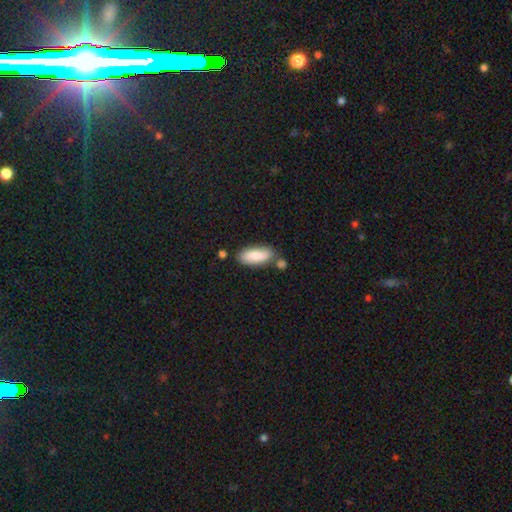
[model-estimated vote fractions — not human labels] Smooth or featured: smooth — 81% (featured or disk — 13%)
How rounded: in between — 77% (cigar-shaped — 21%)
Merging: none — 67% (minor disturbance — 16%)